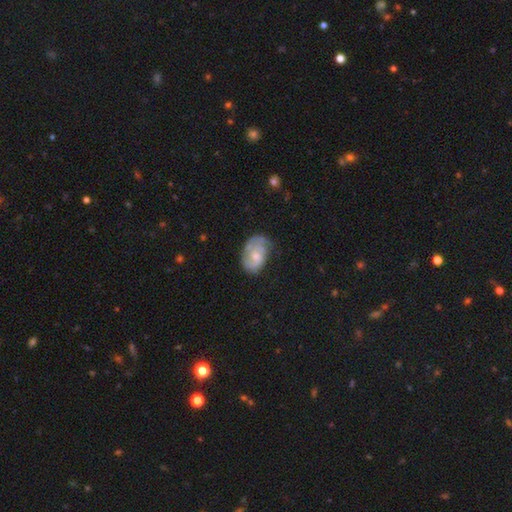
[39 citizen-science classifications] This is possibly a featured or disk galaxy (51%). It is clearly not viewed edge-on (90%). Bar: likely no (67%). Spiral arm pattern: clearly yes (89%). Spiral arm count: likely 2 (62%). Spiral winding: marginally loose (44%). Central bulge: likely small (67%). Merging: marginally none (42%, tied with minor disturbance).